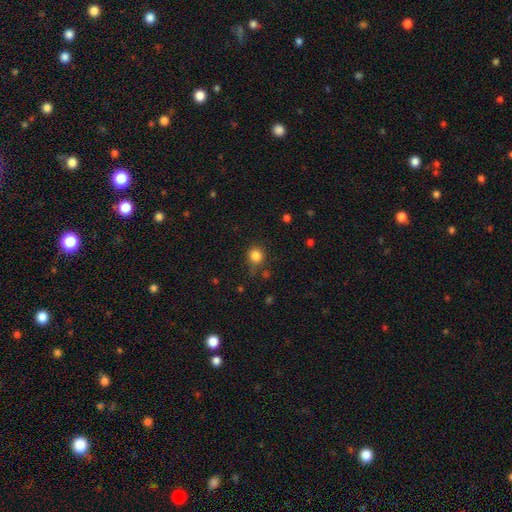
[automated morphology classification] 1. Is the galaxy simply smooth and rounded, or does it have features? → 83% smooth, 12% star or artifact, 5% featured or disk.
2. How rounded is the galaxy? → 88% round, 11% in between, 1% cigar-shaped.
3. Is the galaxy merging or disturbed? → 76% none, 15% minor disturbance, 4% major disturbance, 4% merger.